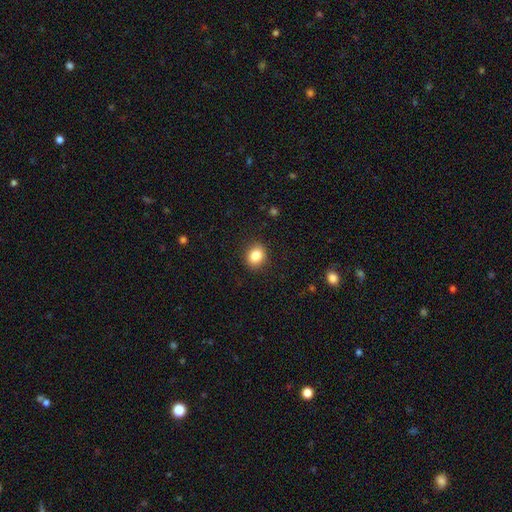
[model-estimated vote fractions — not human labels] Smooth or featured? Predicted: smooth (p=0.84). How rounded? Predicted: round (p=0.63). Merging? Predicted: none (p=0.90).